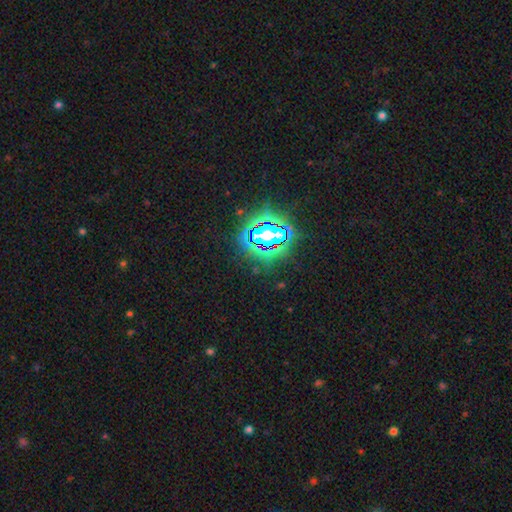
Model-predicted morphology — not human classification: A star or artifact, not a galaxy (84%).